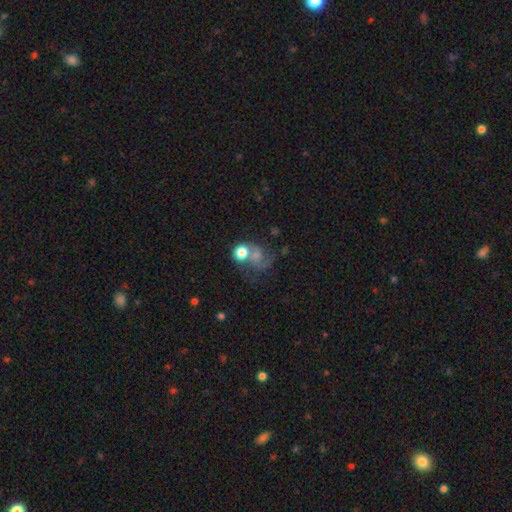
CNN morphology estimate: A featured or disk galaxy (42%).

Vote fractions:
- Smooth or featured? featured or disk: 42% / smooth: 35% / star or artifact: 23%
- Merging? none: 36% / major disturbance: 25% / merger: 23% / minor disturbance: 15%